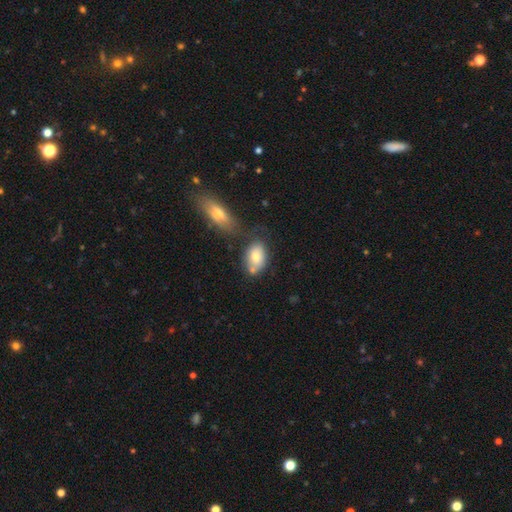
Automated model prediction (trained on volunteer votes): The model was most divided on "merging": none: 52%, merger: 25%, minor disturbance: 18%, major disturbance: 6%. More confident: how rounded — in between (87%); smooth or featured — smooth (74%).